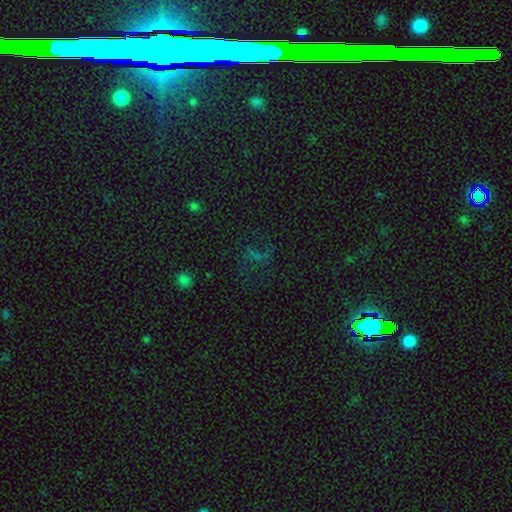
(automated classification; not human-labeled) Morphology: type=star or artifact (52%).